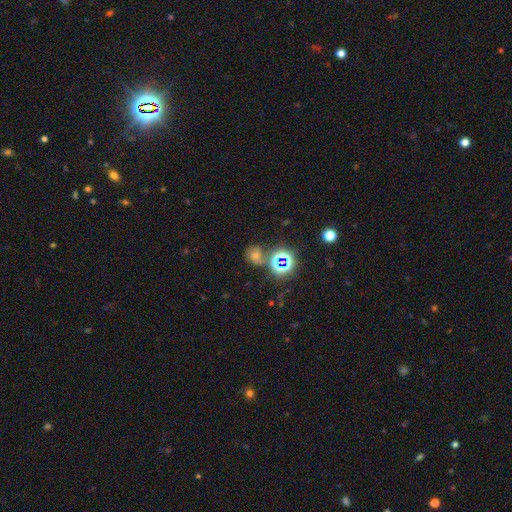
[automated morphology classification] A star or artifact, not a galaxy (51%).

Vote fractions:
- Smooth or featured? star or artifact: 51% / smooth: 36% / featured or disk: 13%